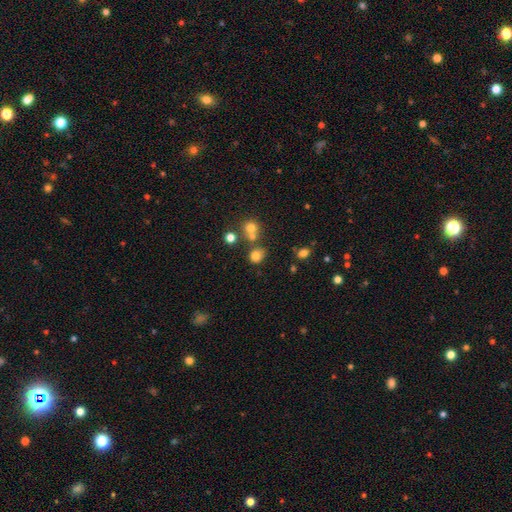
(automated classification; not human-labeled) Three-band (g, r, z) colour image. It shows a smooth galaxy with no disk features (75%) that is round (75%). Merging: none (65%).